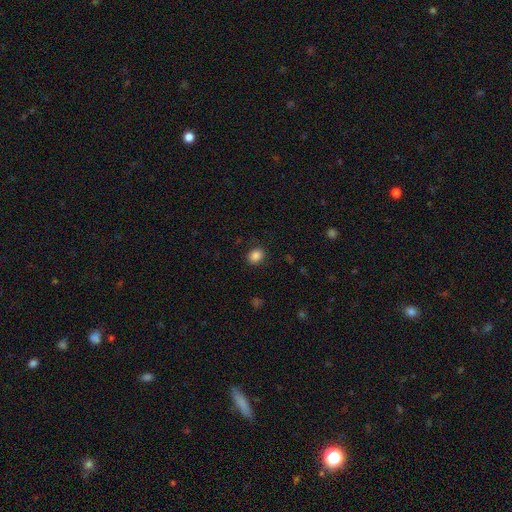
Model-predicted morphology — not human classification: Smooth or featured? Predicted: smooth (p=0.86). How rounded? Predicted: round (p=0.62). Merging? Predicted: none (p=0.88).